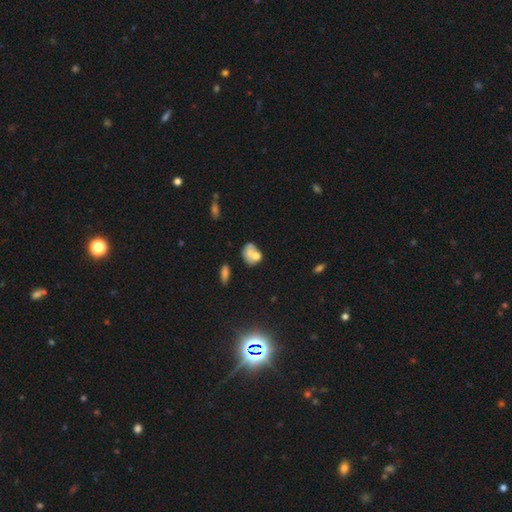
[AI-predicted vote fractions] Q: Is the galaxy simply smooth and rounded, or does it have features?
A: smooth — 64%.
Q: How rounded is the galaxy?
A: in between — 55%.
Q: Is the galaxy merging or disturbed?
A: merger — 40%.